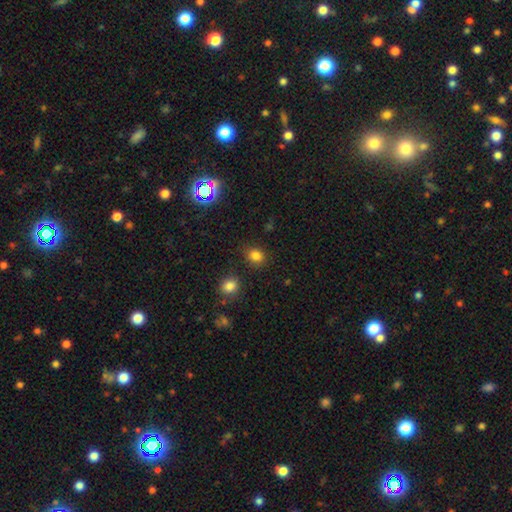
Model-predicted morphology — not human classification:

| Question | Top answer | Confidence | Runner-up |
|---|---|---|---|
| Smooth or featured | smooth | 82% | star or artifact (14%) |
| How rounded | round | 67% | in between (32%) |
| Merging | none | 84% | minor disturbance (10%) |